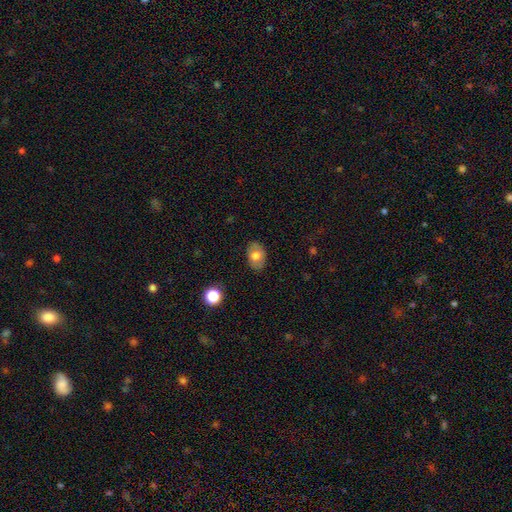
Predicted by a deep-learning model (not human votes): Smooth or featured? Predicted: smooth (p=0.73). How rounded? Predicted: in between (p=0.82). Merging? Predicted: none (p=0.83).